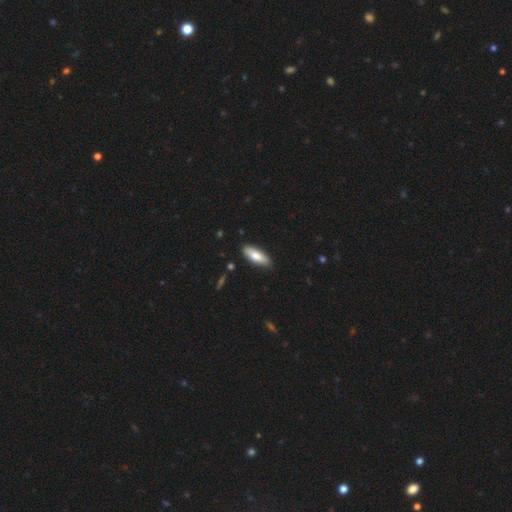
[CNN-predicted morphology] The model was most divided on "how rounded": in between: 67%, cigar-shaped: 32%, round: 2%. More confident: merging — none (86%); smooth or featured — smooth (77%).